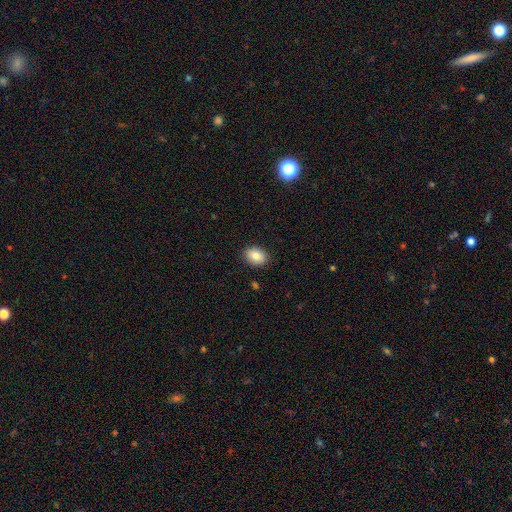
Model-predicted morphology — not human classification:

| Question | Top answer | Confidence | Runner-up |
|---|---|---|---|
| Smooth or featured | smooth | 83% | featured or disk (9%) |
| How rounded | in between | 72% | round (26%) |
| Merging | none | 89% | minor disturbance (8%) |